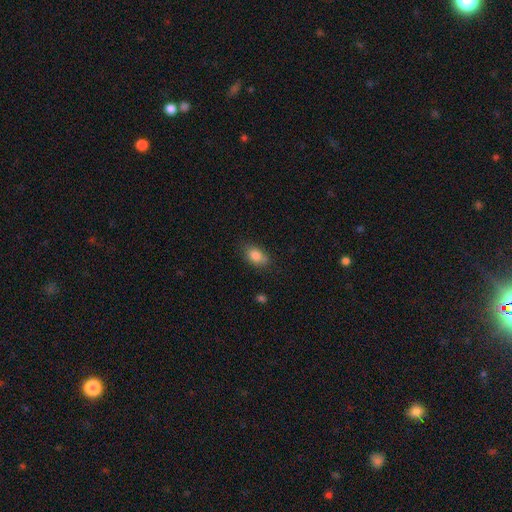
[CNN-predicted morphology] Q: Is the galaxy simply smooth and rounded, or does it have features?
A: smooth — 85%.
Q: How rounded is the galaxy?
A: in between — 85%.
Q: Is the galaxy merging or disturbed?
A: none — 76%.